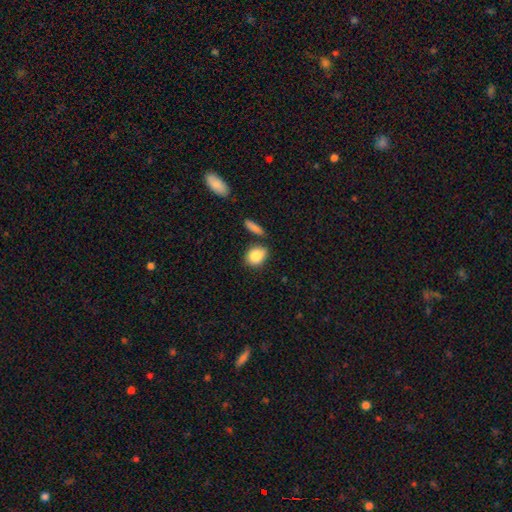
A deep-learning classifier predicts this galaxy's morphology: Overall: smooth (87%). How rounded: in between (56%; round 42%). Merging: none (68%).